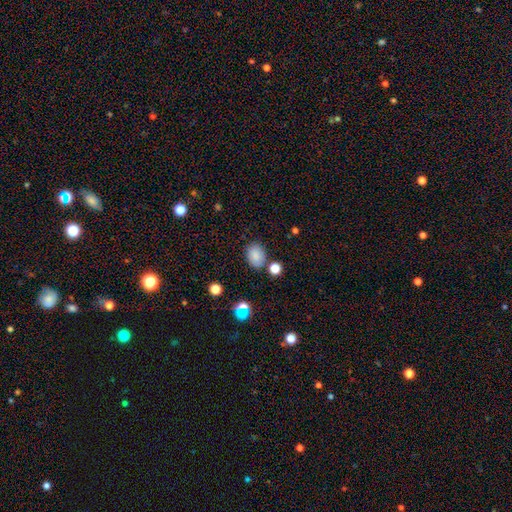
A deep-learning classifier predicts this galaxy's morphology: Smooth or featured: smooth — 84% (star or artifact — 11%)
How rounded: in between — 68% (round — 31%)
Merging: none — 78% (minor disturbance — 13%)